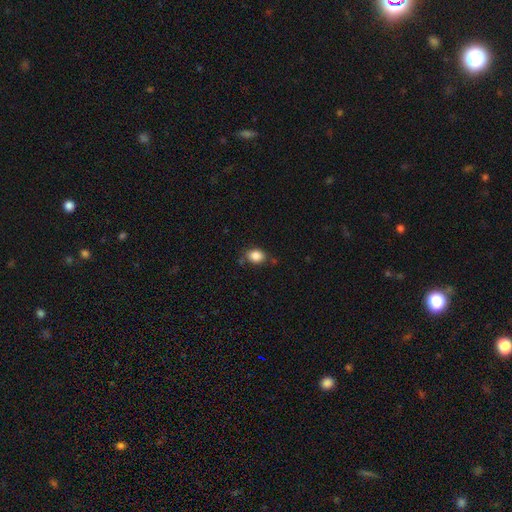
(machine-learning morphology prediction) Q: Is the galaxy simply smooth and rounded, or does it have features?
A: smooth — 86%.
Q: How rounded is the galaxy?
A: in between — 66%.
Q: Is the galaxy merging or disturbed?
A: none — 74%.